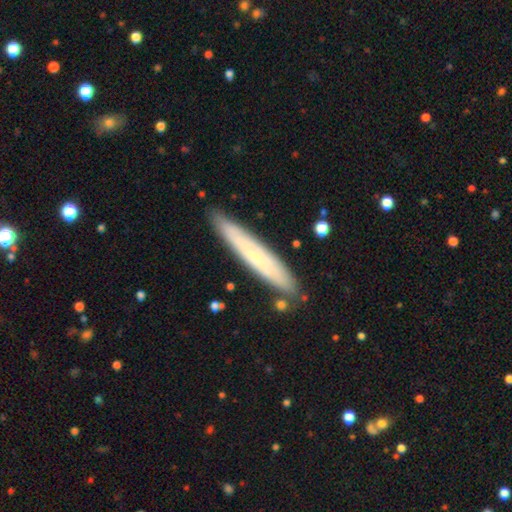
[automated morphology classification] This appears to be a smooth galaxy with no disk features (52%) that is cigar-shaped (92%). Merging: none (86%).